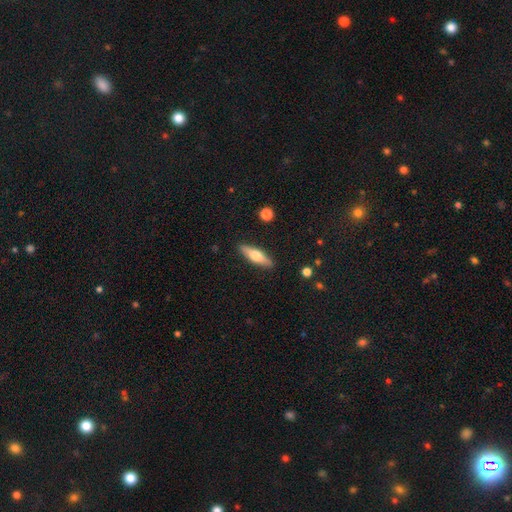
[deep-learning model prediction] Smooth or featured? smooth (53%)
How rounded? cigar-shaped (62%)
Merging? none (89%)